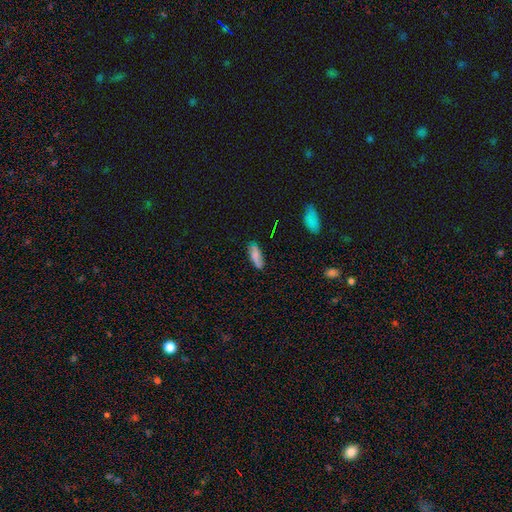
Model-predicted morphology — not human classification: This appears to be a smooth galaxy with no disk features (74%) that is in between round and cigar-shaped (70%). Merging: none (74%).